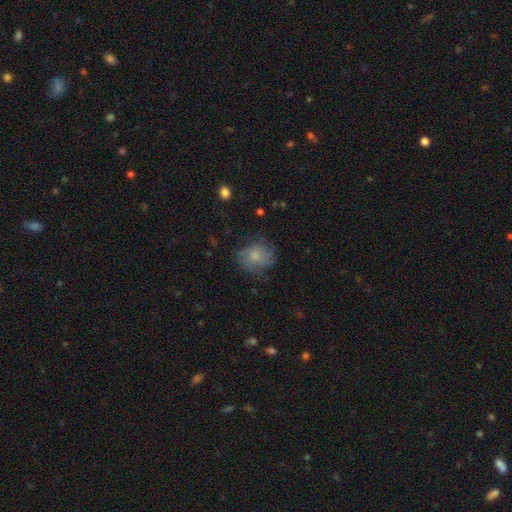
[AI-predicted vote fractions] Smooth or featured?
  - smooth: 66% *
  - featured or disk: 24%
  - star or artifact: 10%
How rounded?
  - round: 73% *
  - in between: 26%
  - cigar-shaped: 1%
Merging?
  - none: 64% *
  - minor disturbance: 23%
  - major disturbance: 11%
  - merger: 1%